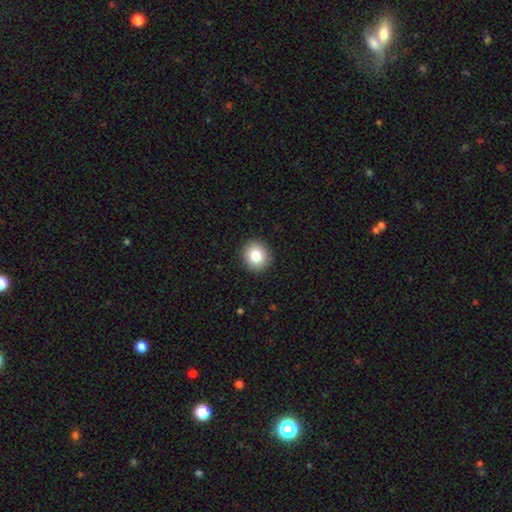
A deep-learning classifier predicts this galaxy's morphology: type=smooth (83%); roundness=round (87%); merging=none (92%).